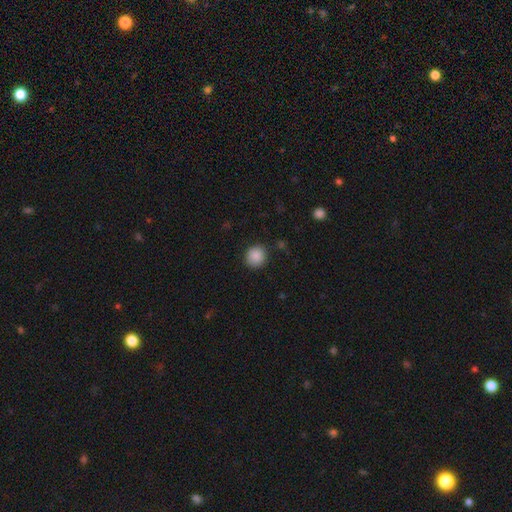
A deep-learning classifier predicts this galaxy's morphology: Q: Smooth or featured?
A: smooth (88%); runner-up: star or artifact (9%)
Q: How rounded?
A: round (88%); runner-up: in between (11%)
Q: Merging?
A: none (88%); runner-up: minor disturbance (8%)